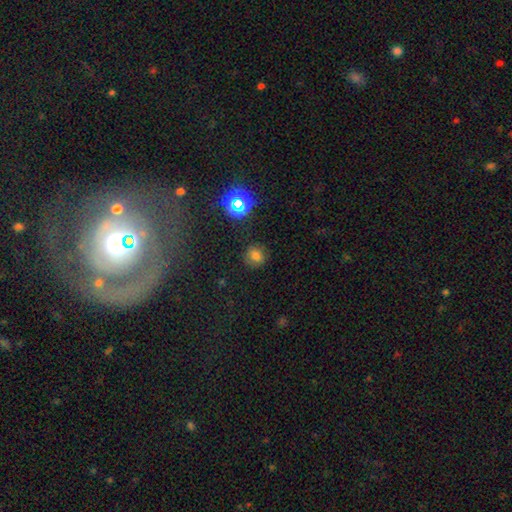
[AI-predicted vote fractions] Smooth or featured?
  - smooth: 72% *
  - star or artifact: 21%
  - featured or disk: 7%
How rounded?
  - round: 87% *
  - in between: 12%
  - cigar-shaped: 1%
Merging?
  - none: 86% *
  - minor disturbance: 9%
  - major disturbance: 3%
  - merger: 2%